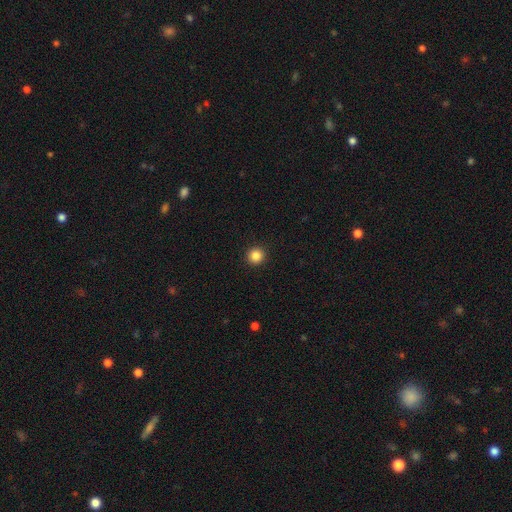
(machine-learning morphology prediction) Smooth or featured? Predicted: smooth (p=0.86). How rounded? Predicted: round (p=0.95). Merging? Predicted: none (p=0.93).